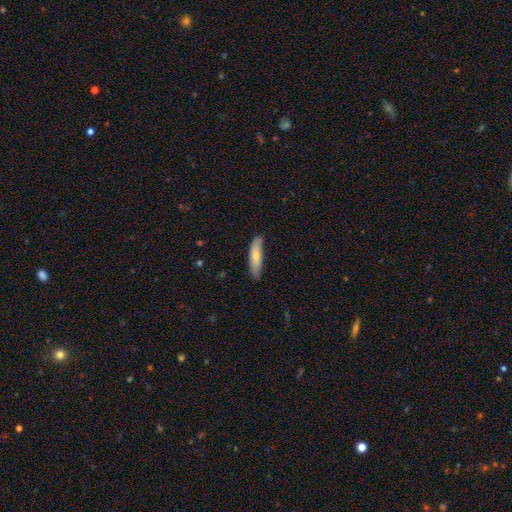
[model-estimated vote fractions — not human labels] This appears to be a smooth galaxy with no disk features (71%) that is cigar-shaped (65%). Merging: none (78%).